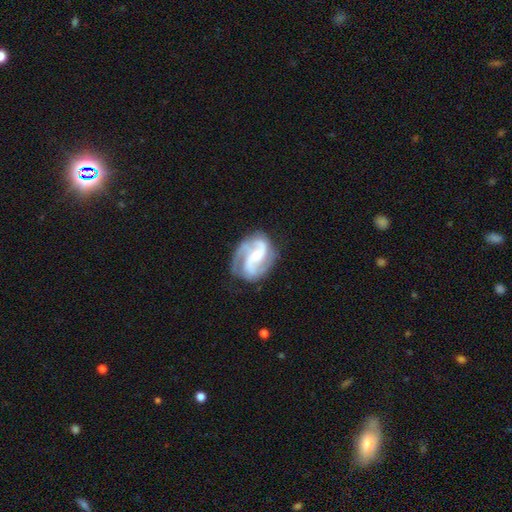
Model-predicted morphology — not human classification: Smooth or featured: featured or disk — 87% (smooth — 8%)
Edge-on disk: no — 98% (yes — 2%)
Bar: weak — 42% (no — 34%)
Spiral arms: yes — 97% (no — 3%)
Spiral winding: medium — 51% (loose — 25%)
Spiral arm count: 2 — 71% (3 — 16%)
Bulge size: small — 46% (moderate — 32%)
Merging: none — 66% (minor disturbance — 20%)